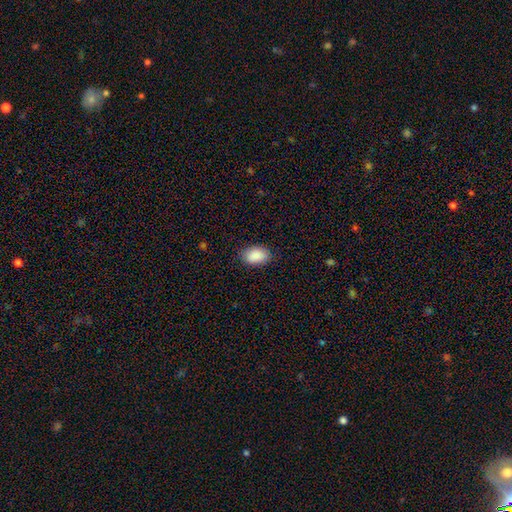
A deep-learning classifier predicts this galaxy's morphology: This is clearly a smooth galaxy (90%). How rounded: clearly in between (90%). Merging: clearly none (86%).